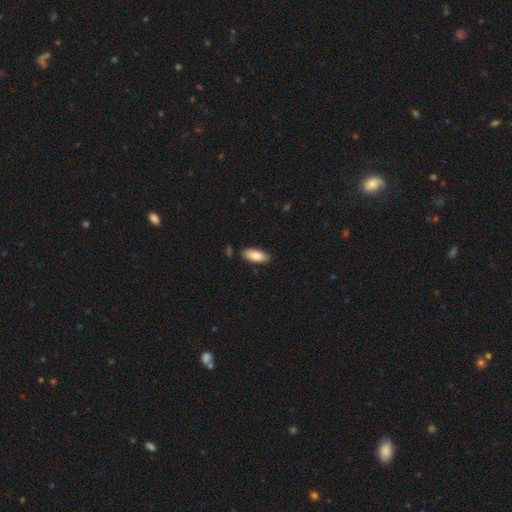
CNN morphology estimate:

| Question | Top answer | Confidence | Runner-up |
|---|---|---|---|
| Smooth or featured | smooth | 86% | featured or disk (8%) |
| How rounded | in between | 83% | cigar-shaped (16%) |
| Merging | none | 85% | minor disturbance (11%) |